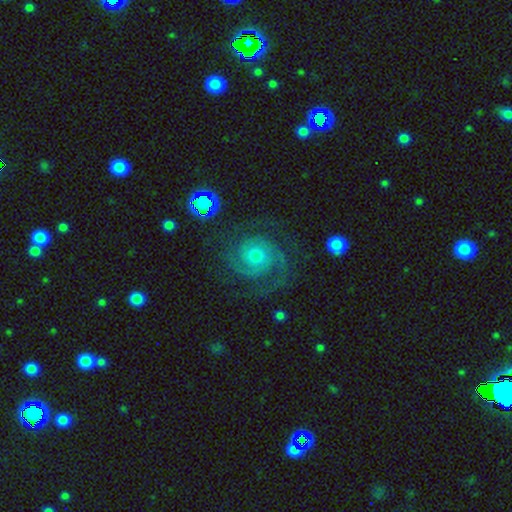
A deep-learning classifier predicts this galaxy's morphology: type=featured or disk (84%); edge-on=no (98%); bar=no (77%); spiral arms=yes (97%); winding=tight (59%); arm count=2 (61%); bulge=moderate (55%); merging=none (76%).